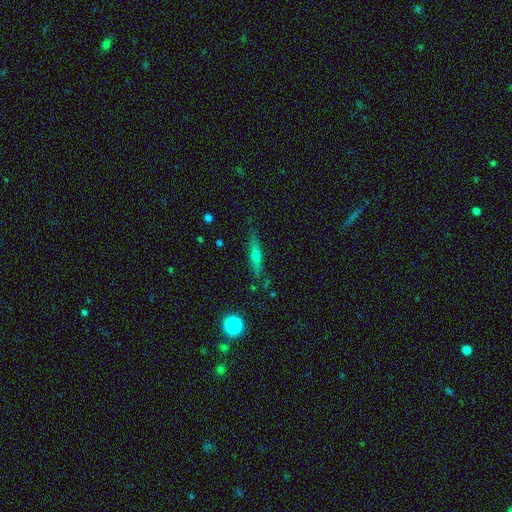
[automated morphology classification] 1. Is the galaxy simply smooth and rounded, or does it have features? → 49% featured or disk, 42% smooth, 9% star or artifact.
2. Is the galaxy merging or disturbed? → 84% none, 11% minor disturbance, 3% major disturbance, 2% merger.